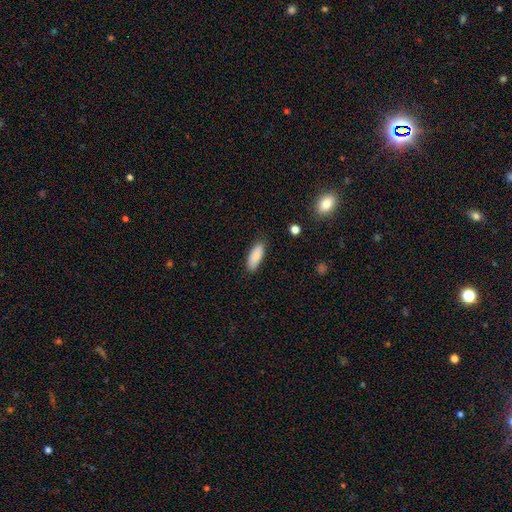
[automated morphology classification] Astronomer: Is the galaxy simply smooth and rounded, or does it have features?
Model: smooth — 86%.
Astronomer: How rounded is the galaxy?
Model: in between — 72%.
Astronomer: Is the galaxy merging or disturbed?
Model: none — 85%.